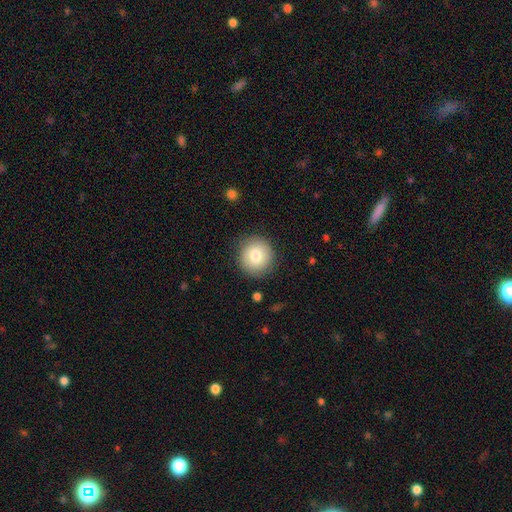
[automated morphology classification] This is likely a smooth galaxy (79%). How rounded: clearly round (93%). Merging: clearly none (87%).